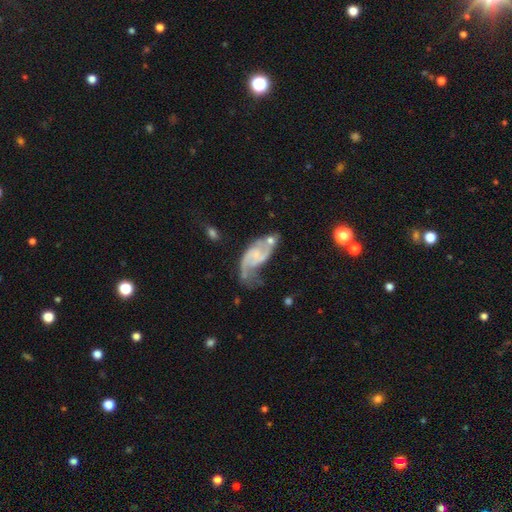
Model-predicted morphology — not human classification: Smooth or featured? featured or disk (79%)
Edge-on disk? no (96%)
Bar? no (55%)
Spiral arms? yes (90%)
Spiral winding? loose (56%)
Spiral arm count? 2 (80%)
Bulge size? small (47%)
Merging? none (36%)